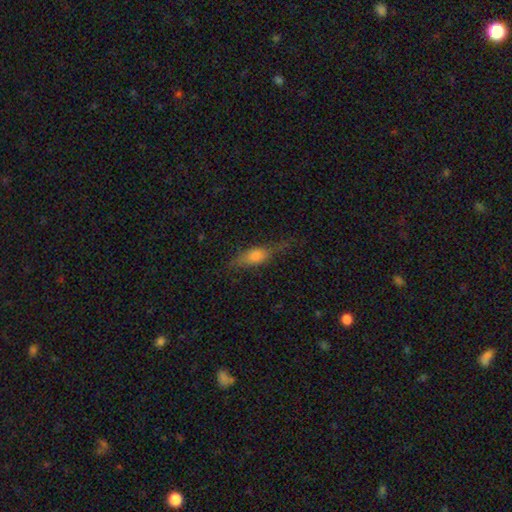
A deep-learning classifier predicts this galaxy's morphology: smooth_or_featured: smooth (p=0.55) [alt: featured or disk p=0.35]
how_rounded: in between (p=0.51) [alt: cigar-shaped p=0.44]
merging: none (p=0.63) [alt: minor disturbance p=0.24]